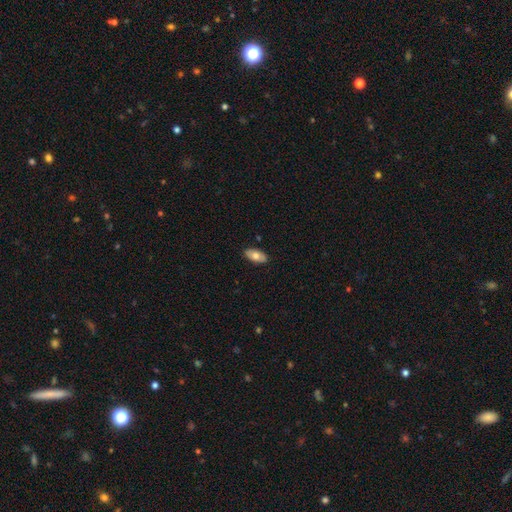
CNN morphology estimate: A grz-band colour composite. It shows a smooth galaxy with no disk features (71%) that is in between round and cigar-shaped (93%). Merging: none (88%).